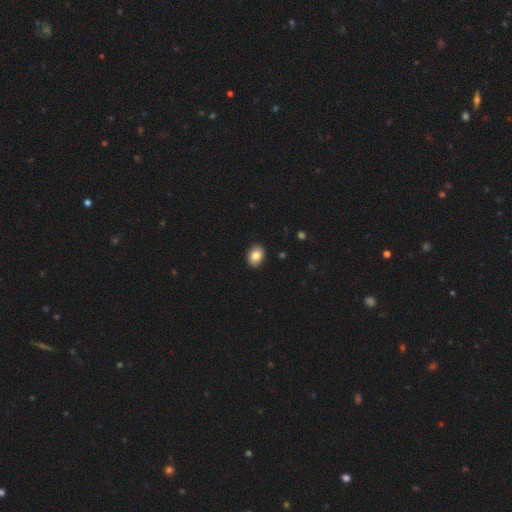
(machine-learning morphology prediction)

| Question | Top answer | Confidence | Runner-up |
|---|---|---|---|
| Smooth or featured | smooth | 85% | star or artifact (8%) |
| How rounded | in between | 66% | round (33%) |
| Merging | none | 88% | minor disturbance (9%) |